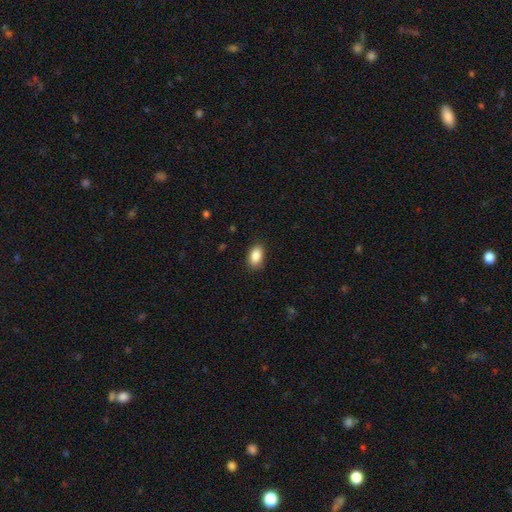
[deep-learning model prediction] Smooth or featured? Predicted: smooth (p=0.88). How rounded? Predicted: in between (p=0.91). Merging? Predicted: none (p=0.87).